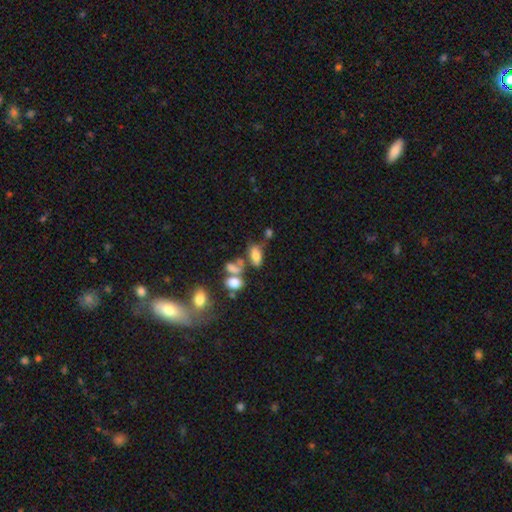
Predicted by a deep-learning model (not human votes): Smooth or featured: smooth — 72% (featured or disk — 15%)
How rounded: in between — 87% (round — 7%)
Merging: none — 42% (merger — 28%)